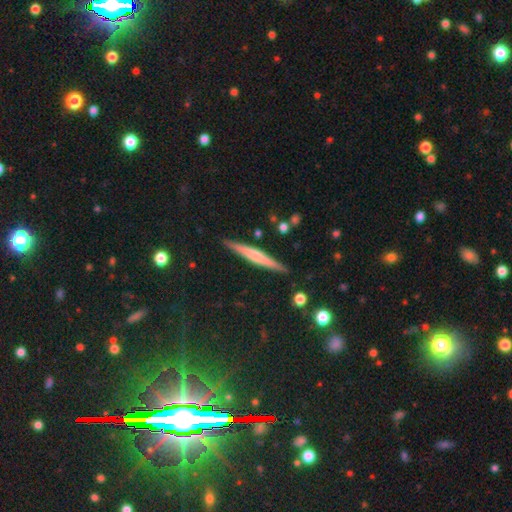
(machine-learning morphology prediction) Smooth or featured? featured or disk (54%)
Edge-on disk? yes (97%)
Edge-on bulge? rounded (45%)
Merging? none (90%)